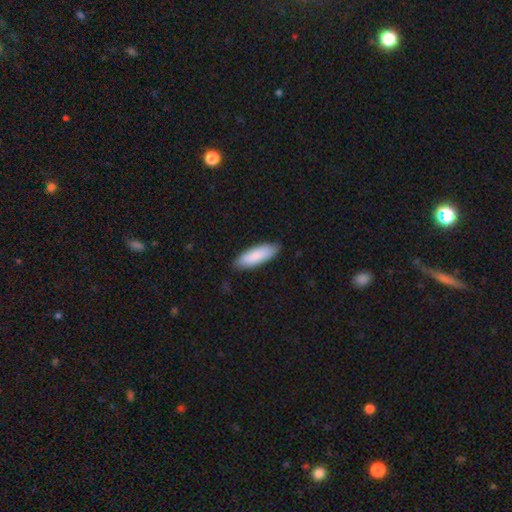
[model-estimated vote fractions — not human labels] Smooth or featured? Predicted: smooth (p=0.88). How rounded? Predicted: in between (p=0.58). Merging? Predicted: none (p=0.86).